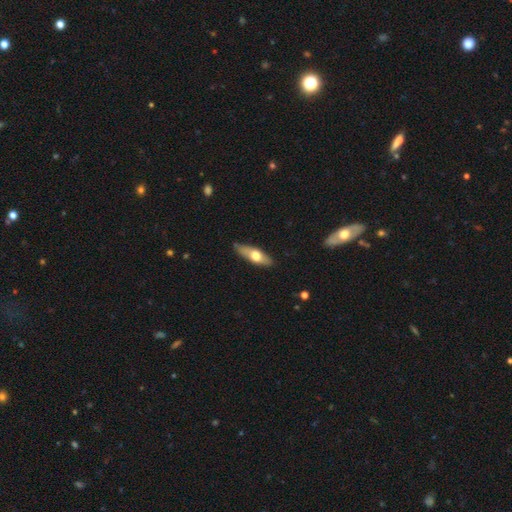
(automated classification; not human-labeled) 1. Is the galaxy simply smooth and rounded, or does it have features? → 53% smooth, 41% featured or disk, 5% star or artifact.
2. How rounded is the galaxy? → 50% in between, 47% cigar-shaped, 3% round.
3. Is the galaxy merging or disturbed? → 81% none, 15% minor disturbance, 3% major disturbance, 1% merger.